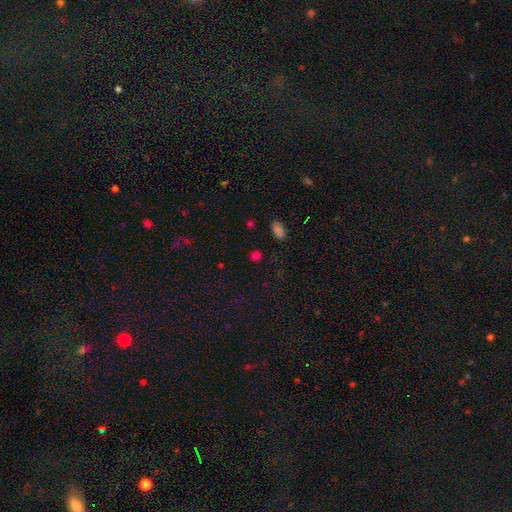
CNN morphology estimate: Smooth or featured? smooth (68%)
How rounded? round (64%)
Merging? none (84%)